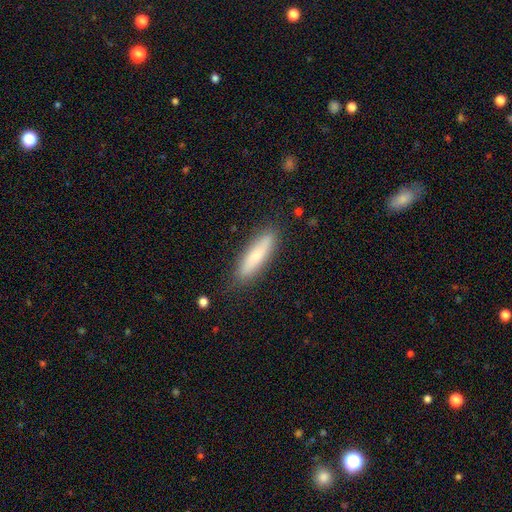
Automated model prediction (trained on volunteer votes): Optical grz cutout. It shows a smooth galaxy with no disk features (72%) that is cigar-shaped (76%). Merging: none (85%).